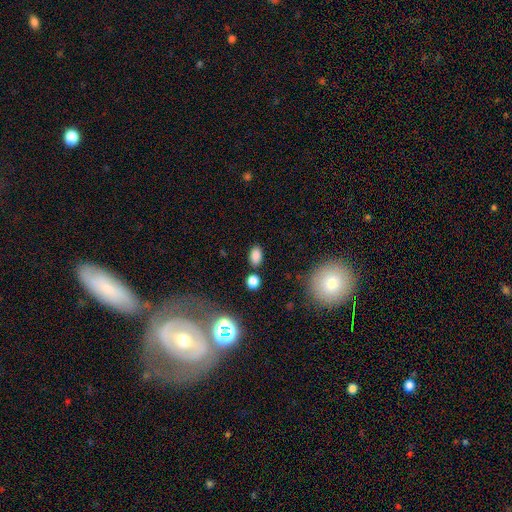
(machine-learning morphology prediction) type=smooth (83%); roundness=in between (88%); merging=none (78%).